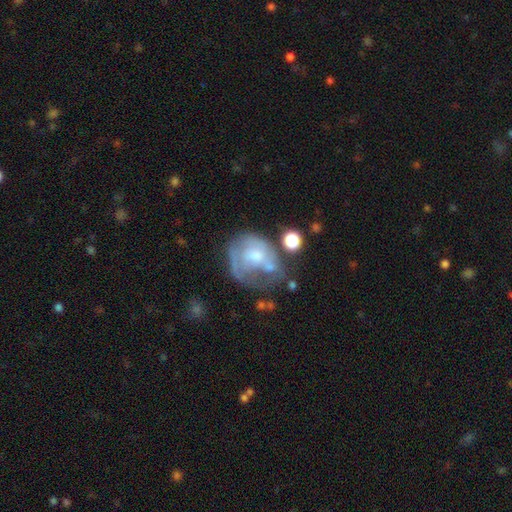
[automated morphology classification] smooth_or_featured: featured or disk (p=0.58) [alt: smooth p=0.33]
disk_edge_on: no (p=0.97) [alt: yes p=0.03]
bar: no (p=0.74) [alt: weak p=0.22]
has_spiral_arms: no (p=0.50) [tied with: yes p=0.50]
bulge_size: moderate (p=0.42) [alt: small p=0.33]
merging: major disturbance (p=0.32) [tied with: none p=0.32]